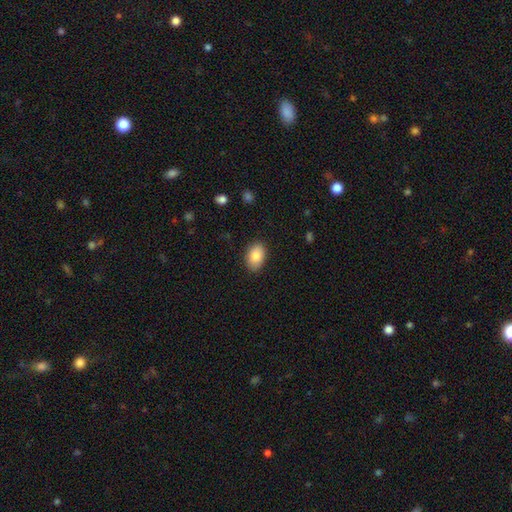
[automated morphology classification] Smooth or featured? Predicted: smooth (p=0.85). How rounded? Predicted: in between (p=0.88). Merging? Predicted: none (p=0.86).